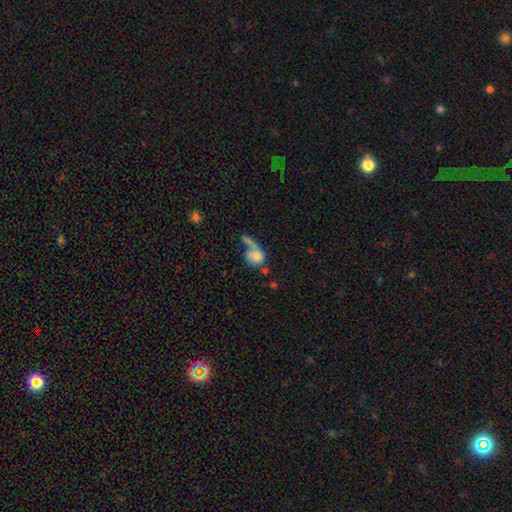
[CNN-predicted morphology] This appears to be a smooth galaxy with no disk features (67%) that is round (55%). Merging: merger (35%).